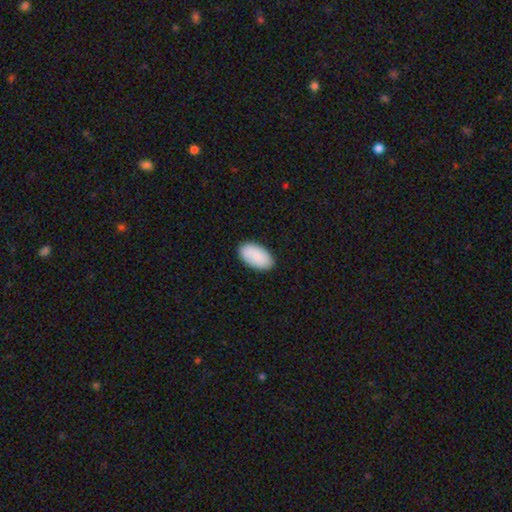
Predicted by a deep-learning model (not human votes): This is clearly a smooth galaxy (84%). How rounded: clearly in between (95%). Merging: clearly none (86%).